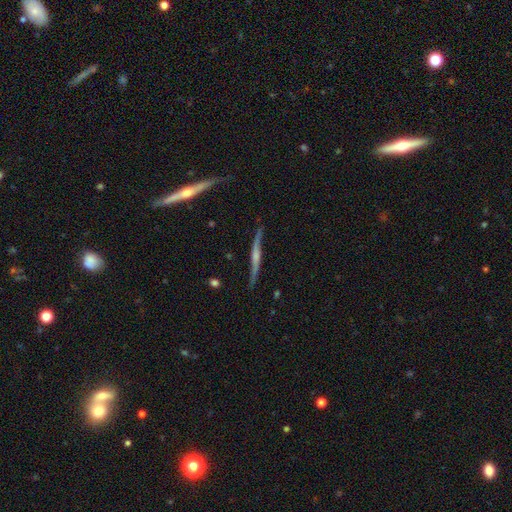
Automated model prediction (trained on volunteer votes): A featured or disk galaxy (80%) viewed edge-on (89%) with a rounded central bulge (57%). Merging: none (75%).